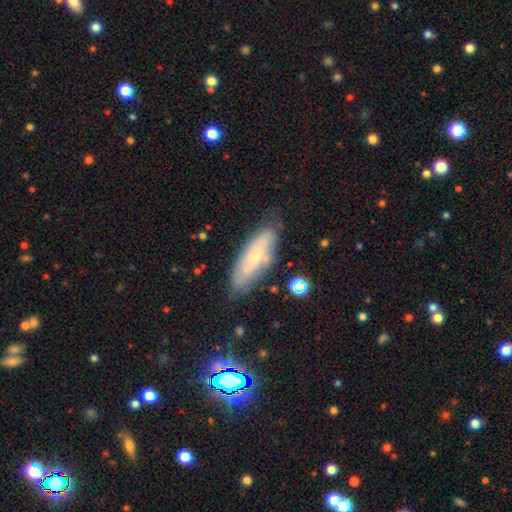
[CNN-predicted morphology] Q: Smooth or featured?
A: smooth (53%); runner-up: featured or disk (39%)
Q: How rounded?
A: in between (58%); runner-up: cigar-shaped (40%)
Q: Merging?
A: none (71%); runner-up: minor disturbance (20%)